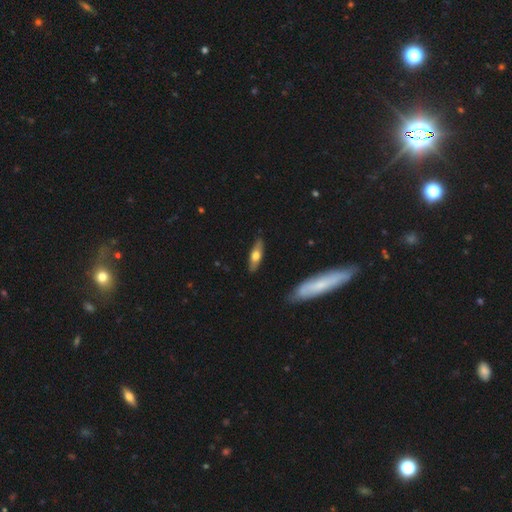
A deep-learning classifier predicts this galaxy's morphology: type=smooth (54%); roundness=cigar-shaped (51%); merging=none (84%).